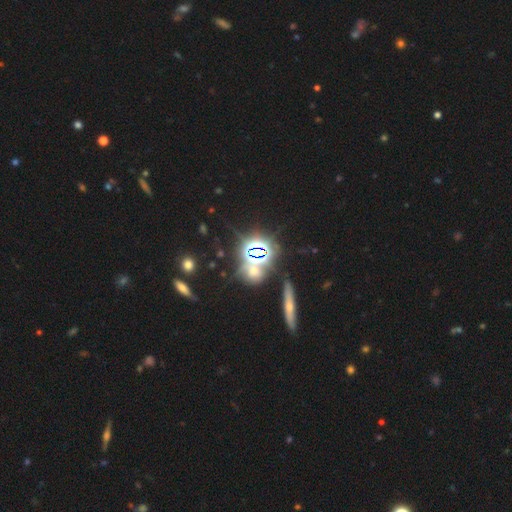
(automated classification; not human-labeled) Overall: star or artifact (72%).